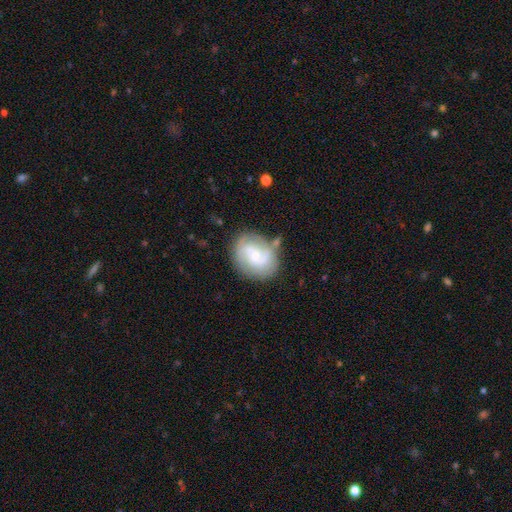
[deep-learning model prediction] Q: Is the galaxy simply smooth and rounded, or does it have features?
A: featured or disk — 68%.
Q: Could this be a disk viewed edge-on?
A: no — 98%.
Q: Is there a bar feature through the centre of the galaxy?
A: no — 51%.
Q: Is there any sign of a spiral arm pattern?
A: yes — 88%.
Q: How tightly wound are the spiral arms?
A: medium — 45%.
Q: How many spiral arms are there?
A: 2 — 68%.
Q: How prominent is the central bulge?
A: small — 64%.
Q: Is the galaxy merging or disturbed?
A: none — 64%.